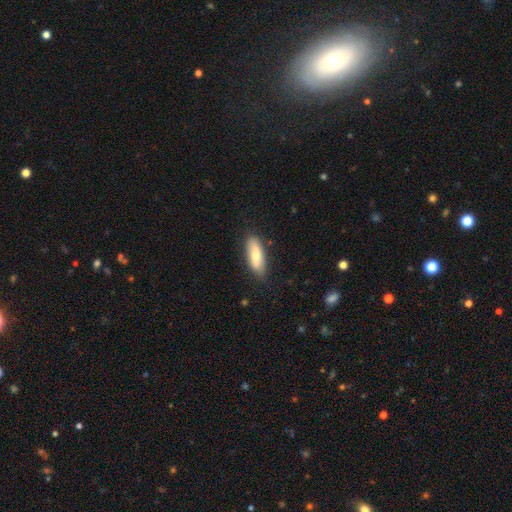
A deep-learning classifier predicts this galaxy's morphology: smooth 69%, featured or disk 25%, star or artifact 6%. Down the decision tree: how rounded — in between (67%); merging — none (82%).